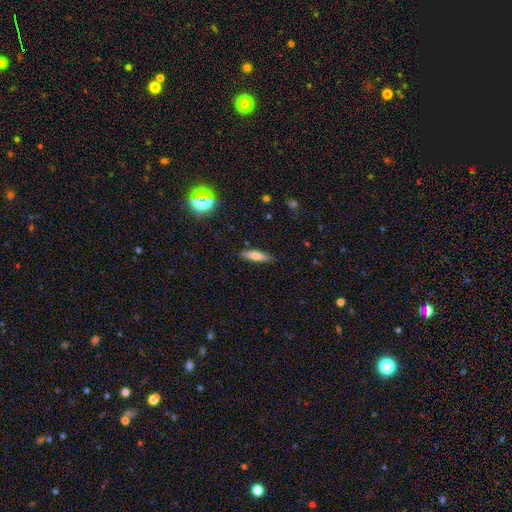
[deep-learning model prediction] Smooth or featured: smooth — 64% (featured or disk — 27%)
How rounded: cigar-shaped — 69% (in between — 29%)
Merging: none — 86% (minor disturbance — 11%)